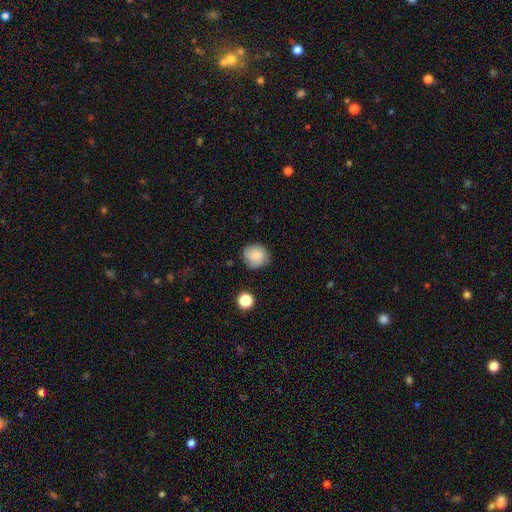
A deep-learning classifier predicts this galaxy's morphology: A smooth galaxy with no disk features (83%) that is round (89%).

Vote fractions:
- Smooth or featured? smooth: 83% / star or artifact: 9% / featured or disk: 8%
- How rounded? round: 89% / in between: 10% / cigar-shaped: 1%
- Merging? none: 82% / minor disturbance: 13% / major disturbance: 3% / merger: 2%